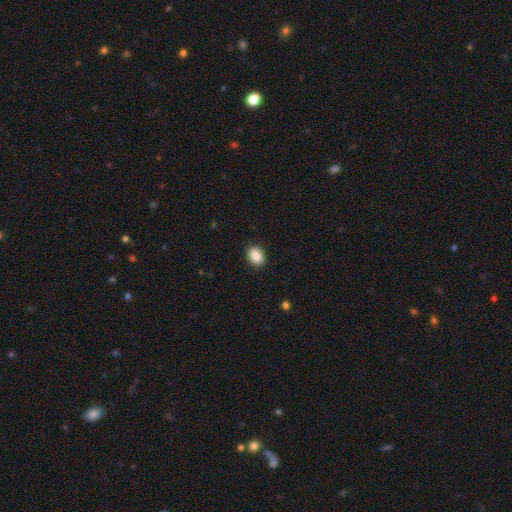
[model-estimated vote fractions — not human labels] The model was most divided on "how rounded": in between: 70%, round: 28%, cigar-shaped: 1%. More confident: smooth or featured — smooth (90%); merging — none (89%).